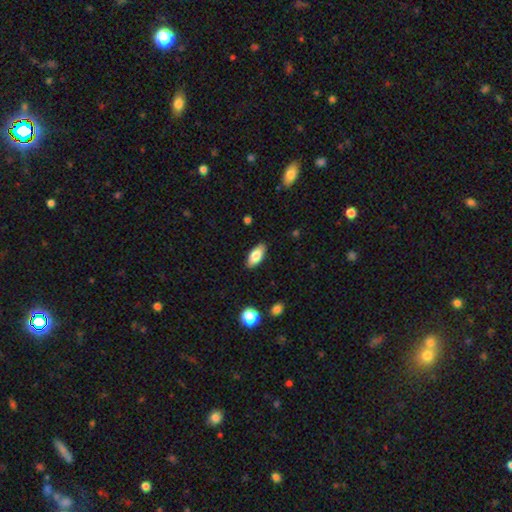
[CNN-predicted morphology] This is clearly a smooth galaxy (81%). How rounded: clearly in between (88%). Merging: clearly none (88%).